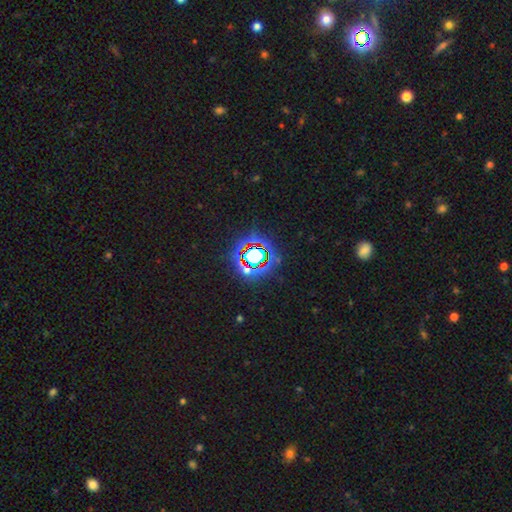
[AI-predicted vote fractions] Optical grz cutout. It shows a star or artifact, not a galaxy (71%).